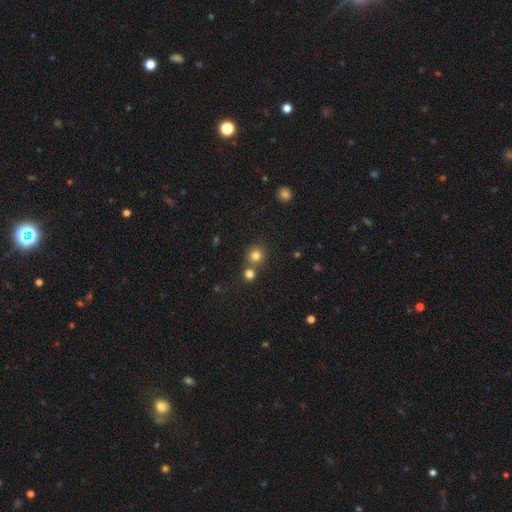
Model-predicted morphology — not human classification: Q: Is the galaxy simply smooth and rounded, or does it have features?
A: smooth — 78%.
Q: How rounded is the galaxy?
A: round — 91%.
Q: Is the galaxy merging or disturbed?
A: none — 64%.